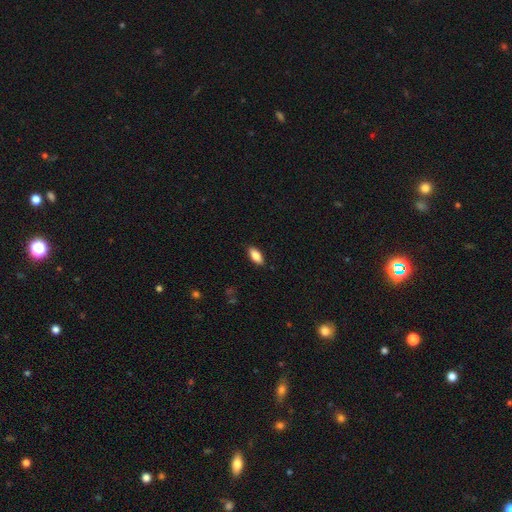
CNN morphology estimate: A smooth galaxy with no disk features (84%) that is in between round and cigar-shaped (87%). Merging: none (87%).